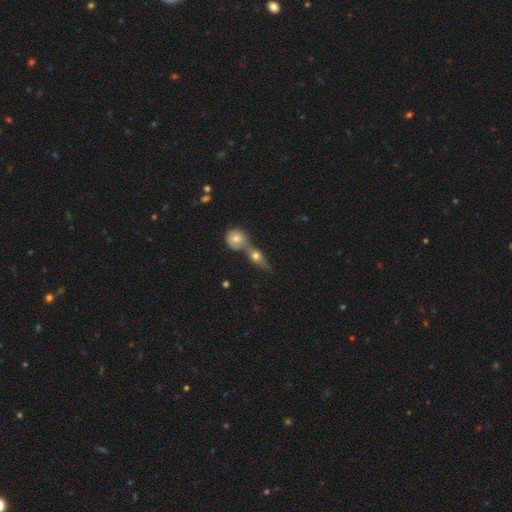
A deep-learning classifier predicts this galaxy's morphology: Q: Smooth or featured?
A: featured or disk (47%); runner-up: smooth (39%)
Q: Merging?
A: none (45%); runner-up: merger (43%)